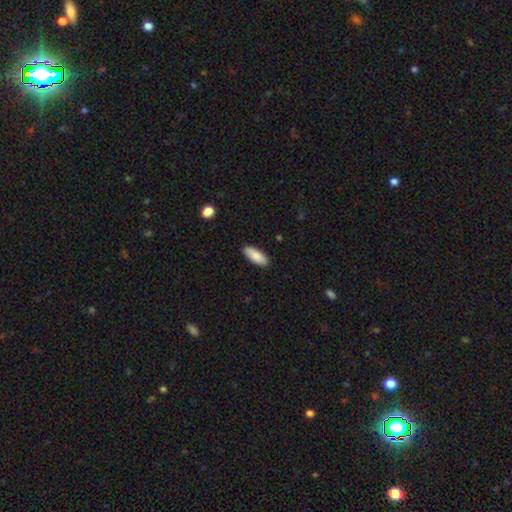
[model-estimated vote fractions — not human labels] The model was most divided on "how rounded": in between: 74%, cigar-shaped: 24%, round: 2%. More confident: merging — none (89%); smooth or featured — smooth (87%).